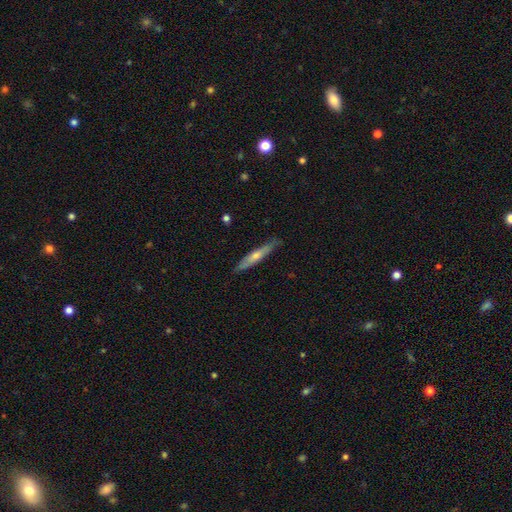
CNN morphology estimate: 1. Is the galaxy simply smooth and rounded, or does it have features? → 54% featured or disk, 40% smooth, 6% star or artifact.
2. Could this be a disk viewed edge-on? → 89% yes, 11% no.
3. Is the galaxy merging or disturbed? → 84% none, 13% minor disturbance, 2% major disturbance, 1% merger.